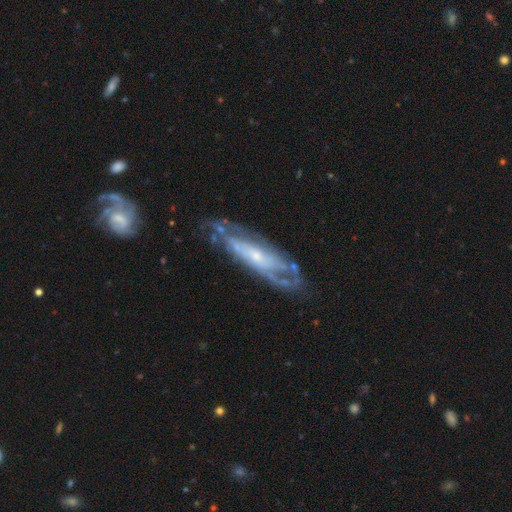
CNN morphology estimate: Smooth or featured? featured or disk (79%)
Edge-on disk? no (77%)
Bar? no (64%)
Spiral arms? yes (82%)
Bulge size? small (67%)
Merging? none (65%)